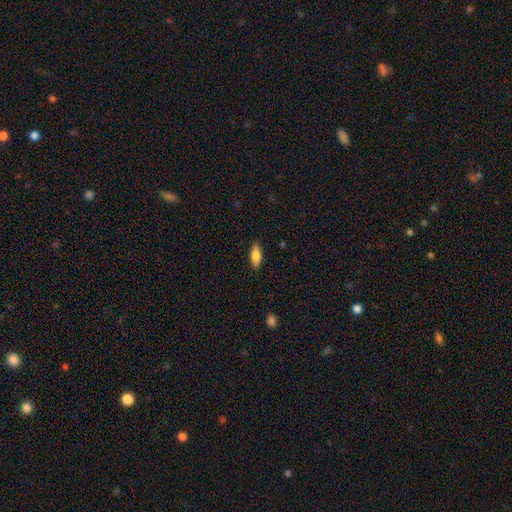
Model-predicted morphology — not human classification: Smooth or featured?
  - smooth: 72% *
  - featured or disk: 22%
  - star or artifact: 7%
How rounded?
  - in between: 71% *
  - cigar-shaped: 26%
  - round: 3%
Merging?
  - none: 88% *
  - minor disturbance: 9%
  - major disturbance: 2%
  - merger: 1%